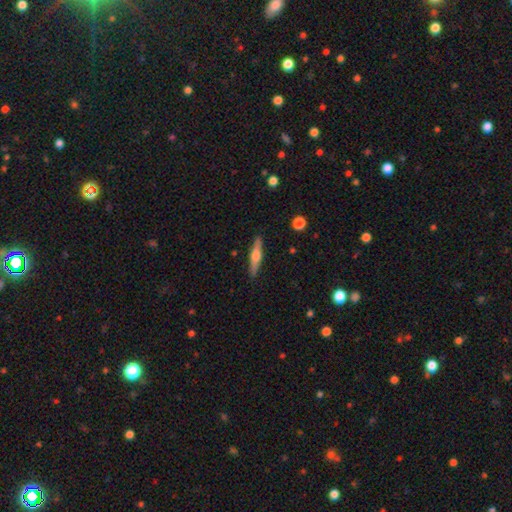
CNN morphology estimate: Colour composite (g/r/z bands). It shows a featured or disk galaxy (59%) viewed edge-on (97%) with a rounded central bulge (87%). Merging: none (90%).